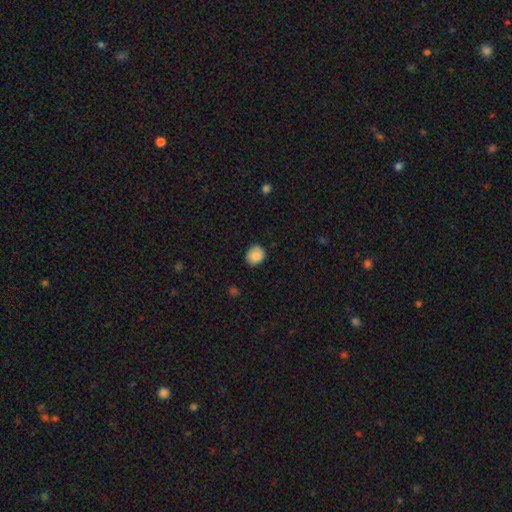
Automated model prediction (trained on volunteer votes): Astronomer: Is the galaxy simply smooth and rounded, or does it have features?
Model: smooth — 81%.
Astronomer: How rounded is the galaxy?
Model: round — 77%.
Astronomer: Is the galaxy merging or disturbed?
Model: none — 79%.